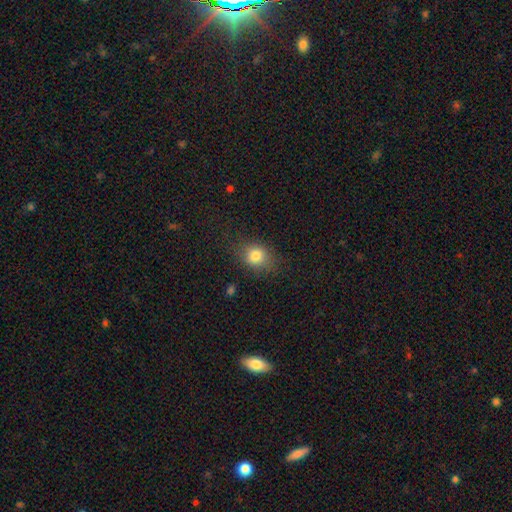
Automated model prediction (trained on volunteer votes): A smooth galaxy with no disk features (79%) that is round (51%). Merging: none (74%).